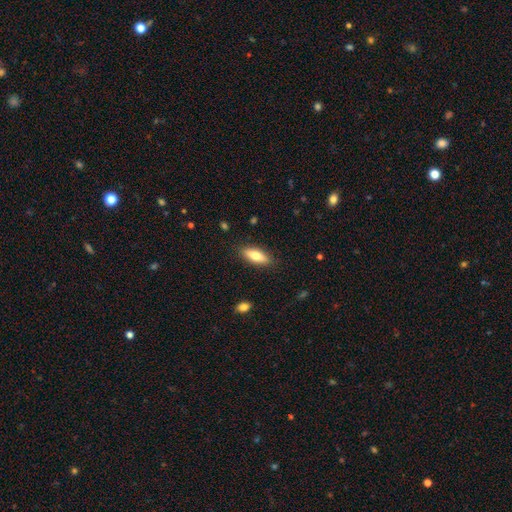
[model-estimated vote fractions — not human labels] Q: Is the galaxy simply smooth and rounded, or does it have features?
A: smooth — 72%.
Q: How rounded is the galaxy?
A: in between — 65%.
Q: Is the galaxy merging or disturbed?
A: none — 87%.